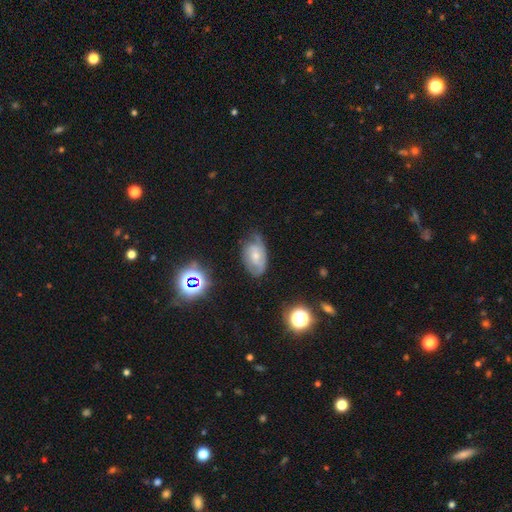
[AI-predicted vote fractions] smooth_or_featured: featured or disk (p=0.61) [alt: smooth p=0.29]
disk_edge_on: no (p=0.95) [alt: yes p=0.05]
bar: no (p=0.65) [alt: weak p=0.30]
has_spiral_arms: yes (p=0.83) [alt: no p=0.17]
bulge_size: small (p=0.49) [alt: moderate p=0.43]
merging: none (p=0.53) [alt: minor disturbance p=0.33]